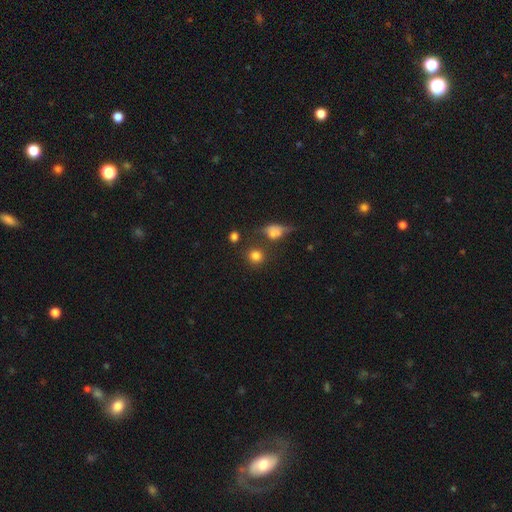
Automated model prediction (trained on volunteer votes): A smooth galaxy with no disk features (80%) that is round (85%). Merging: none (71%).